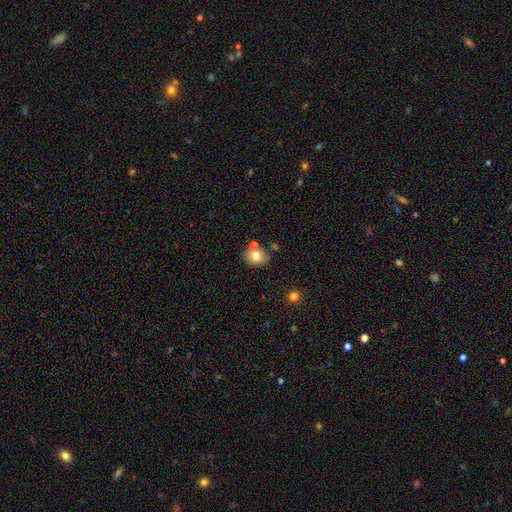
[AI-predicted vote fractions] smooth-or-featured: smooth: 75% | featured or disk: 15% | star or artifact: 10%
  how-rounded: round: 57% | in between: 42% | cigar-shaped: 1%
  merging: none: 70% | merger: 15% | minor disturbance: 12% | major disturbance: 3%